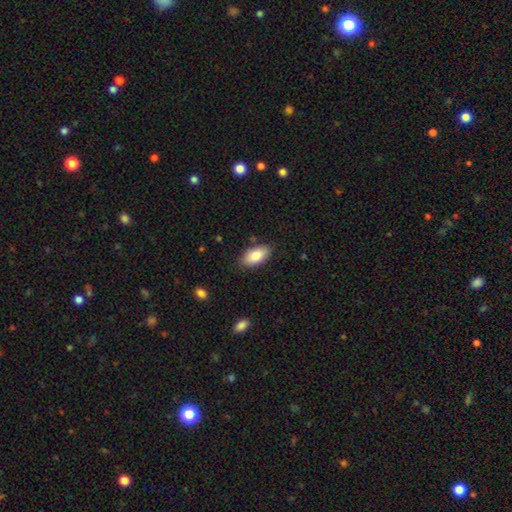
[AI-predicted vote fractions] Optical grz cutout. It shows a smooth galaxy with no disk features (83%) that is in between round and cigar-shaped (93%). Merging: none (84%).